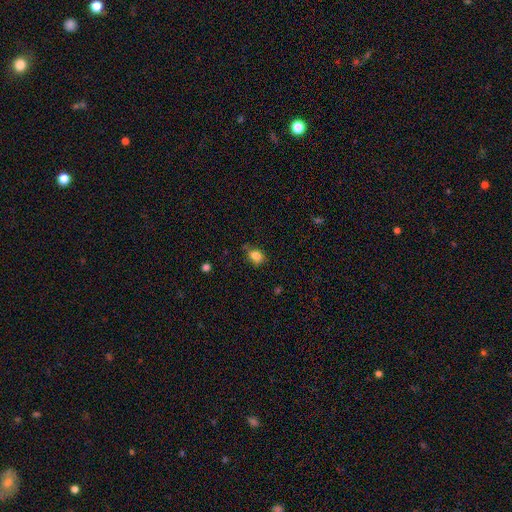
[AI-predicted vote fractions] Smooth or featured: smooth — 83% (star or artifact — 11%)
How rounded: in between — 53% (round — 46%)
Merging: none — 69% (minor disturbance — 23%)